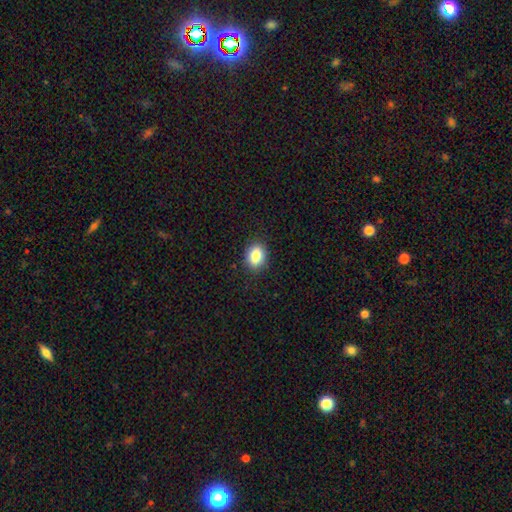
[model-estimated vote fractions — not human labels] Smooth or featured: smooth — 85% (star or artifact — 9%)
How rounded: in between — 74% (round — 25%)
Merging: none — 87% (minor disturbance — 10%)